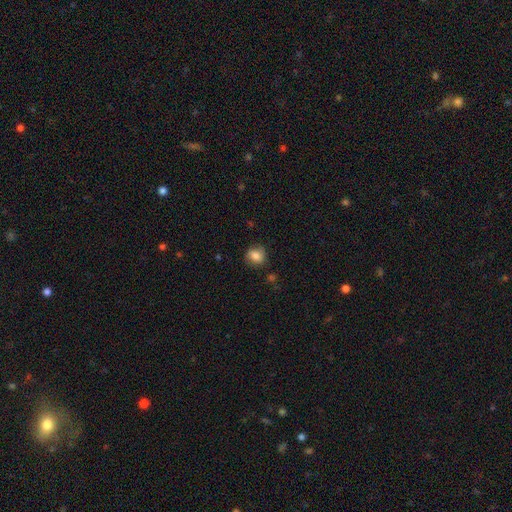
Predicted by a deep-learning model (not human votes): This is likely a smooth galaxy (77%). How rounded: likely round (70%). Merging: likely none (78%).